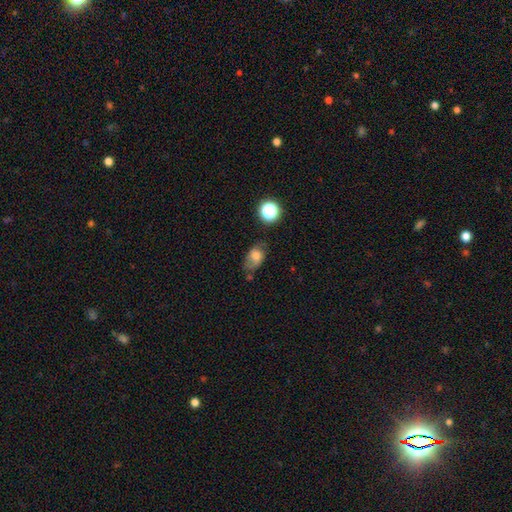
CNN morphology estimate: Overall: smooth (63%; featured or disk 24%). How rounded: in between (81%). Merging: none (53%; minor disturbance 30%).